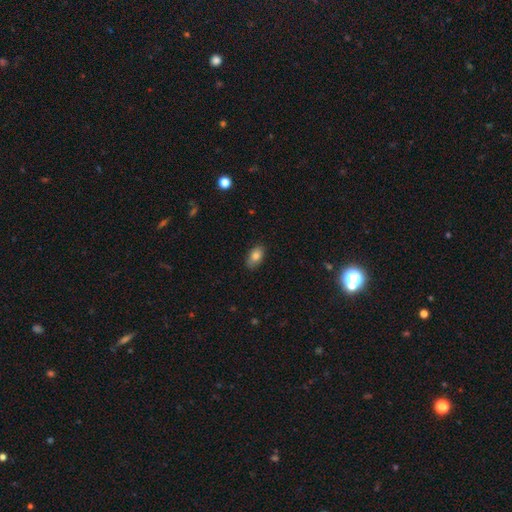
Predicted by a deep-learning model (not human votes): The model was most divided on "merging": none: 83%, minor disturbance: 14%, major disturbance: 2%, merger: 1%. More confident: how rounded — in between (91%); smooth or featured — smooth (82%).